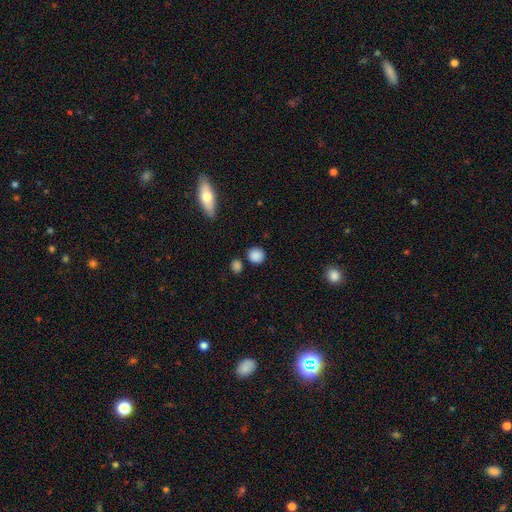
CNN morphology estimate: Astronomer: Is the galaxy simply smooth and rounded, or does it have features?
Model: smooth — 87%.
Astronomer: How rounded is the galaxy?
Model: round — 88%.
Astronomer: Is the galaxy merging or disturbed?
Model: none — 79%.